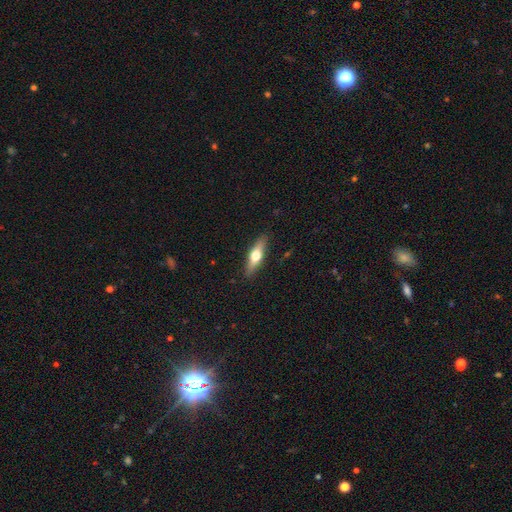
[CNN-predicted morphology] Smooth or featured: smooth — 48% (featured or disk — 46%)
Merging: none — 88% (minor disturbance — 9%)